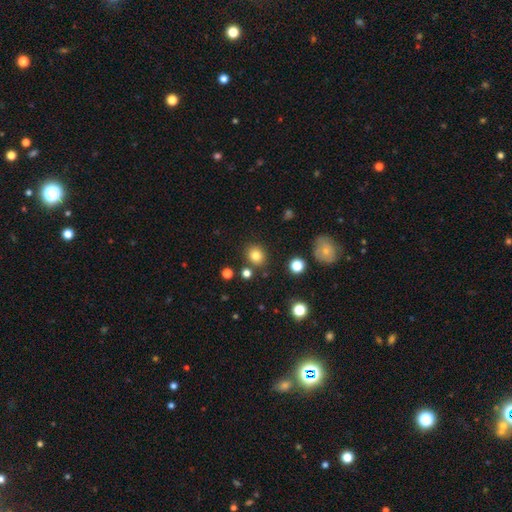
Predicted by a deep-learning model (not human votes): smooth_or_featured: smooth (p=0.81) [alt: star or artifact p=0.13]
how_rounded: round (p=0.78) [alt: in between p=0.21]
merging: none (p=0.84) [alt: minor disturbance p=0.09]